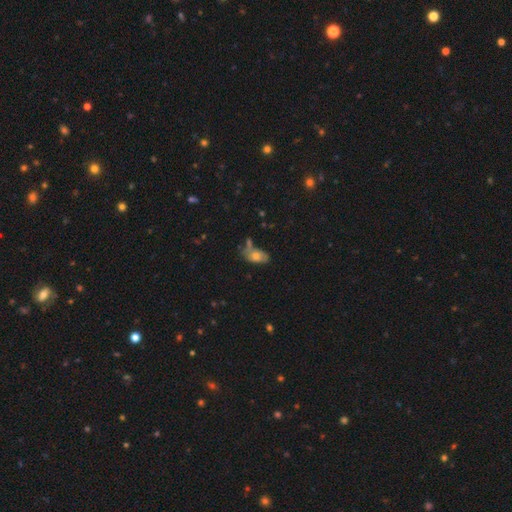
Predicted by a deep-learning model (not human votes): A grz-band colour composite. It shows a smooth galaxy with no disk features (63%) that is in between round and cigar-shaped (90%). Merging: none (43%).